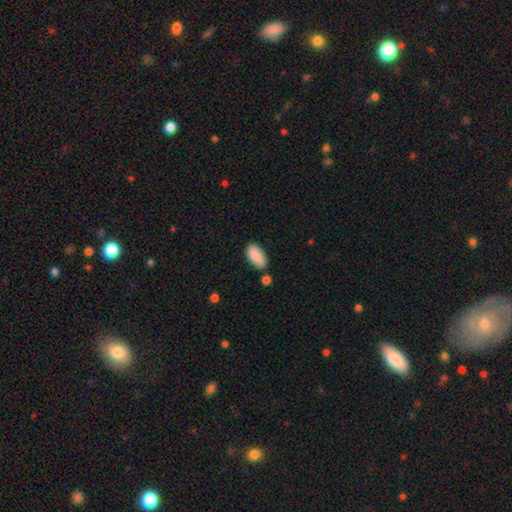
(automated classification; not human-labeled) Morphology: type=smooth (83%); roundness=in between (92%); merging=none (74%).